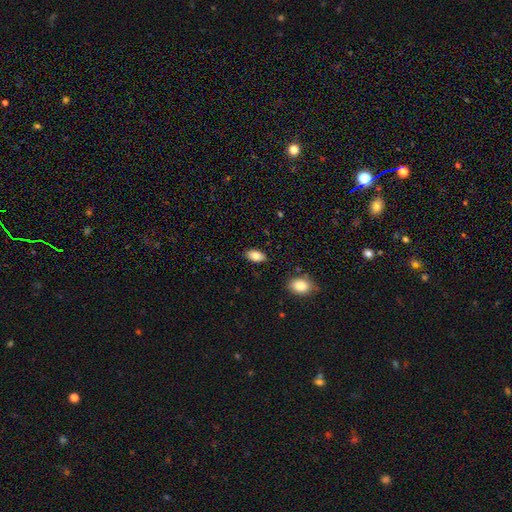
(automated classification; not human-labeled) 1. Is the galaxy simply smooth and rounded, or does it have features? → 84% smooth, 9% featured or disk, 8% star or artifact.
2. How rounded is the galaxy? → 93% in between, 5% round, 2% cigar-shaped.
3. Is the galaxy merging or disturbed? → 86% none, 10% minor disturbance, 2% major disturbance, 2% merger.